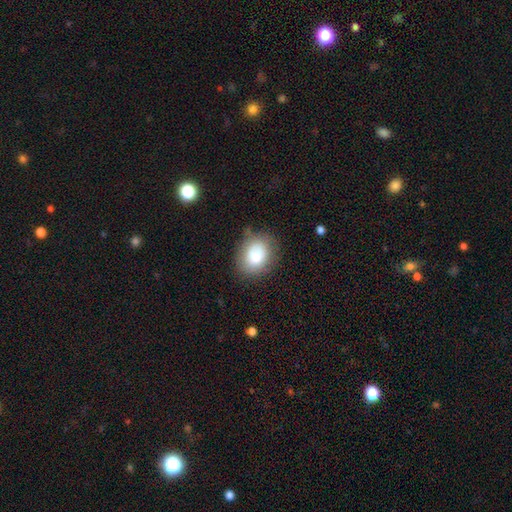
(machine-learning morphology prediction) This appears to be a smooth galaxy with no disk features (75%) that is in between round and cigar-shaped (51%). Merging: none (65%).